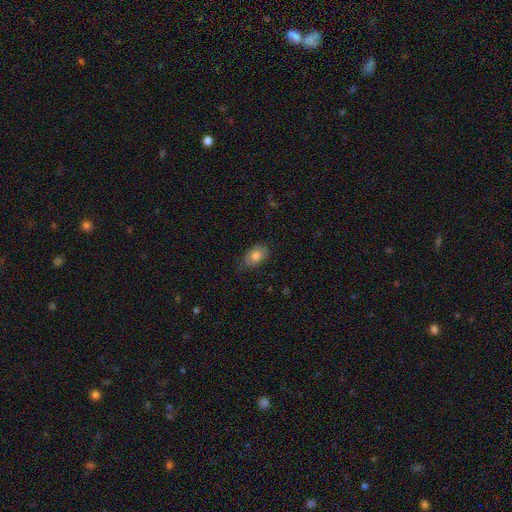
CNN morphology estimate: smooth-or-featured: smooth: 77% | featured or disk: 15% | star or artifact: 8%
  how-rounded: in between: 89% | round: 10% | cigar-shaped: 2%
  merging: none: 74% | minor disturbance: 22% | major disturbance: 4% | merger: 1%